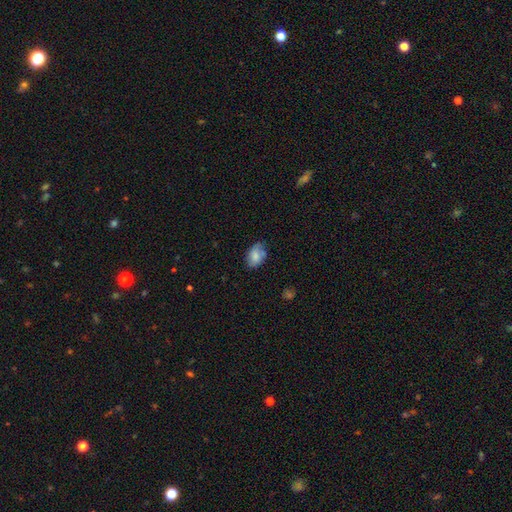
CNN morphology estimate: Smooth or featured?
  - smooth: 77% *
  - featured or disk: 16%
  - star or artifact: 8%
How rounded?
  - in between: 87% *
  - round: 12%
  - cigar-shaped: 1%
Merging?
  - none: 62% *
  - minor disturbance: 29%
  - major disturbance: 6%
  - merger: 3%